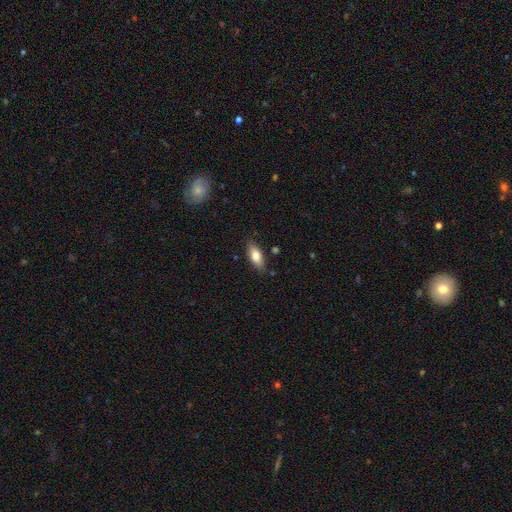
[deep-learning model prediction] This is likely a smooth galaxy (77%). How rounded: likely in between (78%). Merging: clearly none (84%).